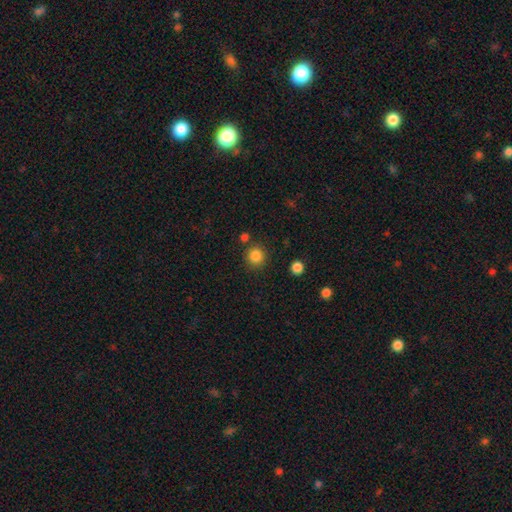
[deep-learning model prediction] A smooth galaxy with no disk features (85%) that is round (93%).

Vote fractions:
- Smooth or featured? smooth: 85% / star or artifact: 11% / featured or disk: 4%
- How rounded? round: 93% / in between: 6% / cigar-shaped: 1%
- Merging? none: 85% / minor disturbance: 7% / merger: 5% / major disturbance: 3%